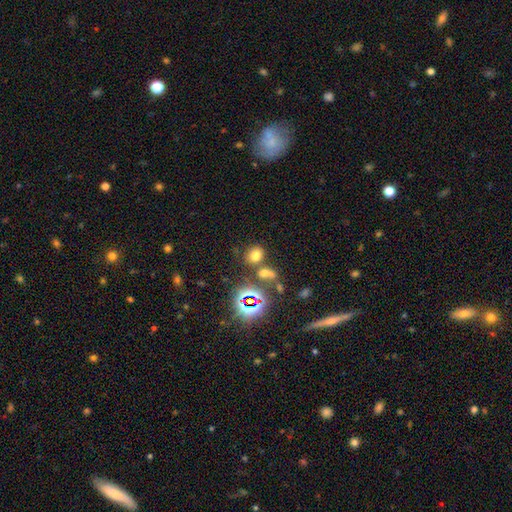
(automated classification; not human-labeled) smooth_or_featured: smooth (p=0.67) [alt: star or artifact p=0.24]
how_rounded: round (p=0.56) [alt: in between p=0.42]
merging: none (p=0.67) [alt: merger p=0.18]